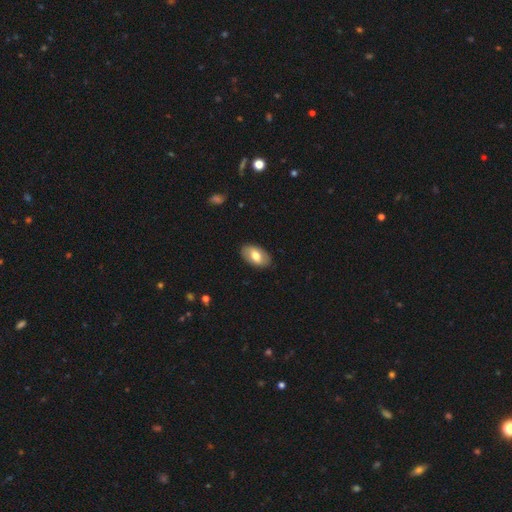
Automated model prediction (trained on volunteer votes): The model was most divided on "smooth or featured": smooth: 69%, featured or disk: 25%, star or artifact: 6%. More confident: how rounded — in between (94%); merging — none (87%).